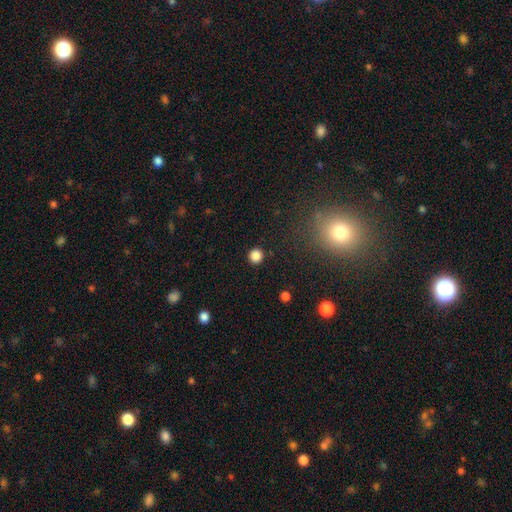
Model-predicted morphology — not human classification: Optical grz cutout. It shows a smooth galaxy with no disk features (85%) that is round (93%). Merging: none (92%).